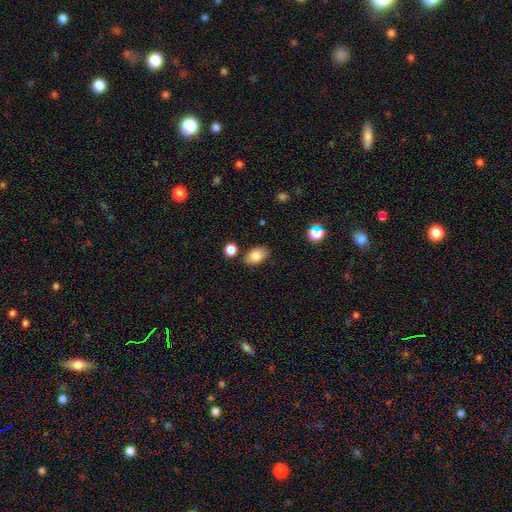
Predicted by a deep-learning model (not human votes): Smooth or featured? smooth (84%)
How rounded? in between (88%)
Merging? none (79%)